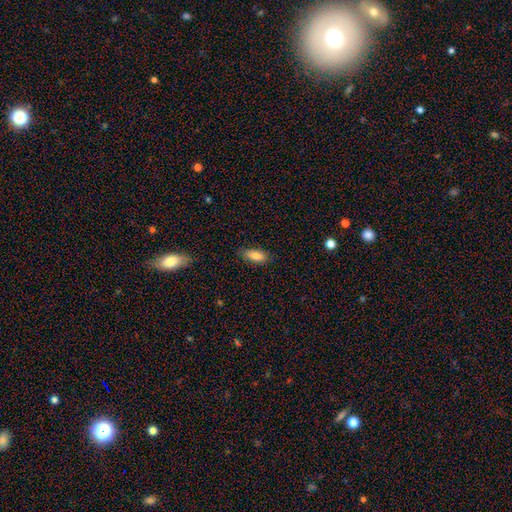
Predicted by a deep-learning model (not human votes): smooth_or_featured: smooth (p=0.84) [alt: featured or disk p=0.09]
how_rounded: in between (p=0.82) [alt: cigar-shaped p=0.16]
merging: none (p=0.83) [alt: minor disturbance p=0.13]